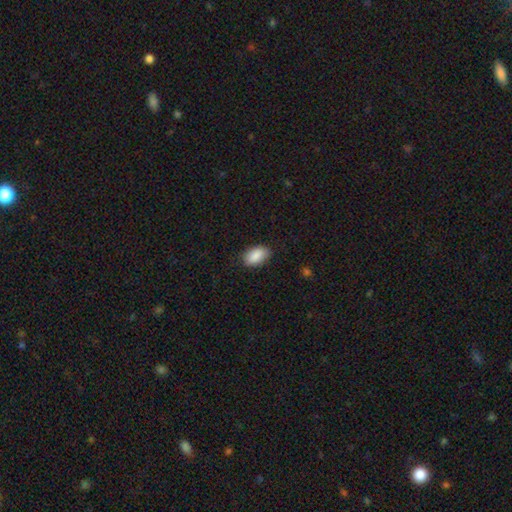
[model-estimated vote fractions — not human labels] smooth-or-featured: smooth: 88% | star or artifact: 6% | featured or disk: 5%
  how-rounded: in between: 93% | round: 6% | cigar-shaped: 2%
  merging: none: 84% | minor disturbance: 13% | major disturbance: 3% | merger: 1%